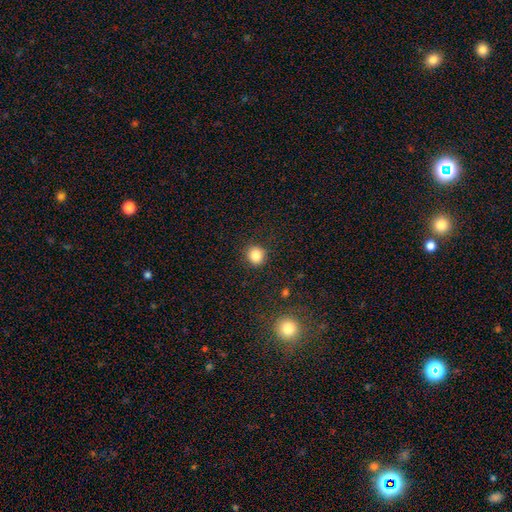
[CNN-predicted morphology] type=smooth (85%); roundness=round (87%); merging=none (88%).